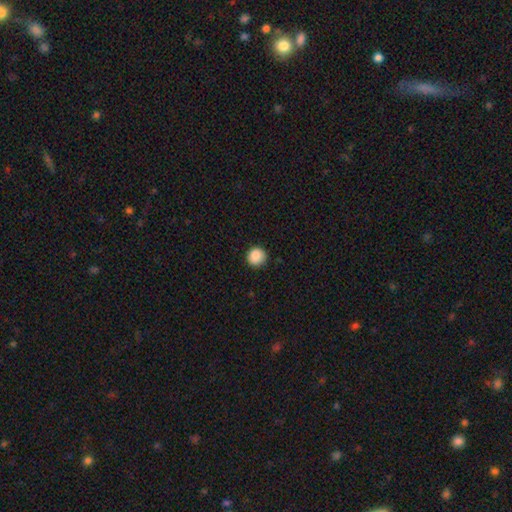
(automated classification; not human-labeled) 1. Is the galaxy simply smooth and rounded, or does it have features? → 88% smooth, 9% star or artifact, 3% featured or disk.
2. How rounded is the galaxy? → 92% round, 7% in between, 1% cigar-shaped.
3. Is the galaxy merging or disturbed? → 89% none, 8% minor disturbance, 2% major disturbance, 1% merger.